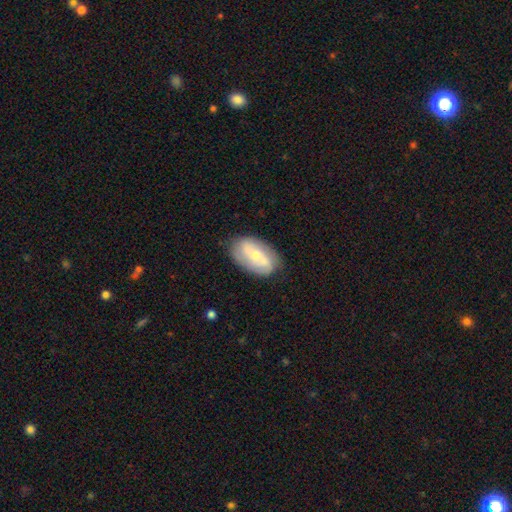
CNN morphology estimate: smooth-or-featured: featured or disk: 67% | smooth: 27% | star or artifact: 6%
  disk-edge-on: no: 95% | yes: 5%
    bar: weak: 38% | no: 36% | strong: 26%
    has-spiral-arms: yes: 86% | no: 14%
      spiral-winding: medium: 37% | loose: 35% | tight: 27%
      spiral-arm-count: 2: 77% | can't tell: 13% | 3: 5% | 1: 2% | 4: 2% | more than 4: 1%
    bulge-size: small: 56% | moderate: 39% | large: 2% | none: 2% | dominant: 1%
  merging: none: 81% | minor disturbance: 14% | major disturbance: 4% | merger: 1%